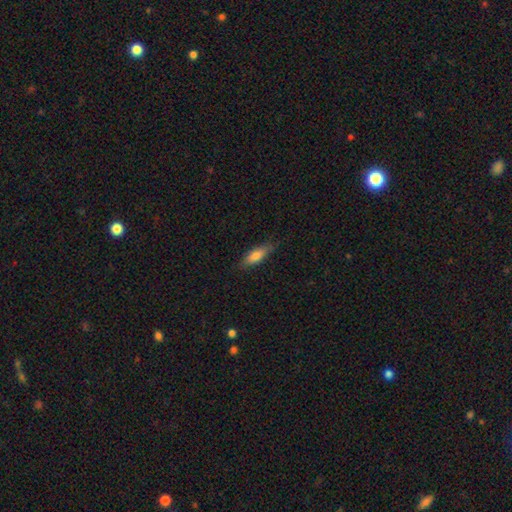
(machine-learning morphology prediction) Smooth or featured: smooth — 70% (featured or disk — 23%)
How rounded: in between — 55% (cigar-shaped — 43%)
Merging: none — 80% (minor disturbance — 16%)